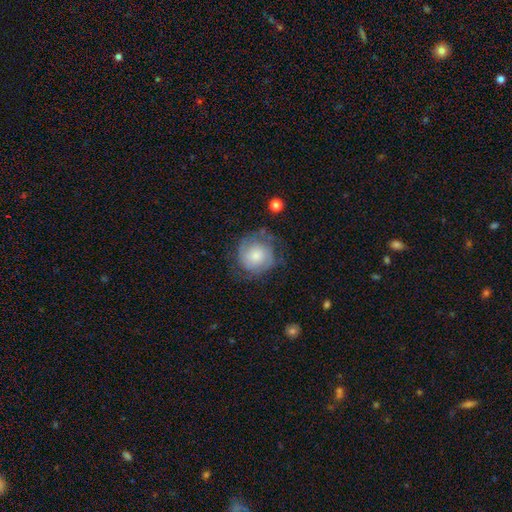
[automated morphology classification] Q: Smooth or featured?
A: featured or disk (64%); runner-up: smooth (29%)
Q: Edge-on disk?
A: no (98%); runner-up: yes (2%)
Q: Bar?
A: no (75%); runner-up: weak (22%)
Q: Spiral arms?
A: yes (88%); runner-up: no (12%)
Q: Spiral winding?
A: tight (53%); runner-up: medium (35%)
Q: Spiral arm count?
A: 2 (52%); runner-up: can't tell (25%)
Q: Bulge size?
A: small (44%); runner-up: moderate (37%)
Q: Merging?
A: none (63%); runner-up: minor disturbance (21%)